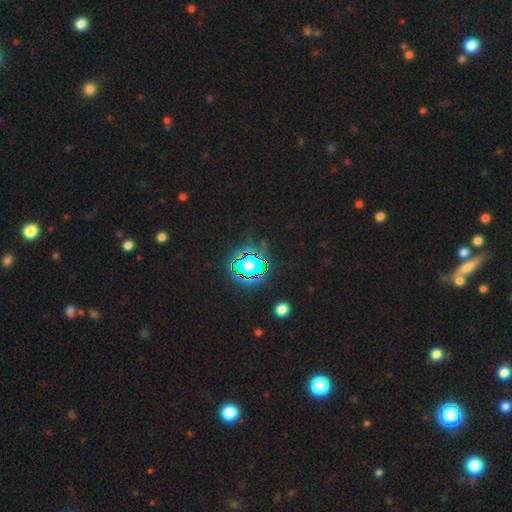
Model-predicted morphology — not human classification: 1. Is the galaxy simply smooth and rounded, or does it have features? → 81% star or artifact, 12% smooth, 7% featured or disk.